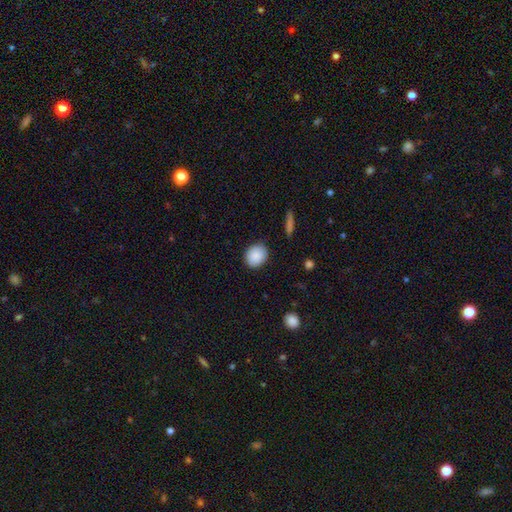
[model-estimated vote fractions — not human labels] Overall: smooth (89%). How rounded: round (66%; in between 33%). Merging: none (88%).